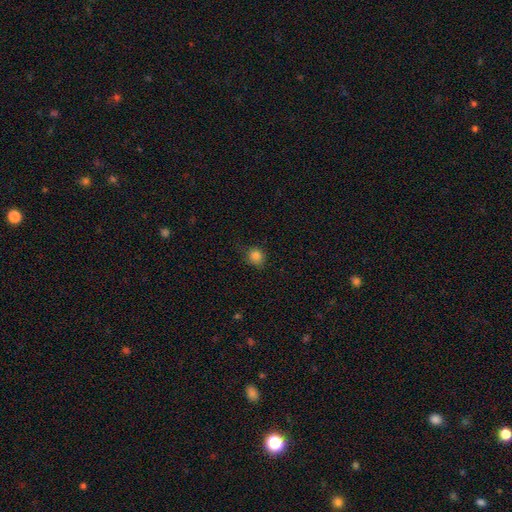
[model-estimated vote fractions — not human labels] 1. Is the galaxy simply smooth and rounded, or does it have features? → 84% smooth, 12% star or artifact, 4% featured or disk.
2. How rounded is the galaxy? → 83% round, 16% in between, 1% cigar-shaped.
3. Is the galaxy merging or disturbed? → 78% none, 17% minor disturbance, 4% major disturbance, 1% merger.